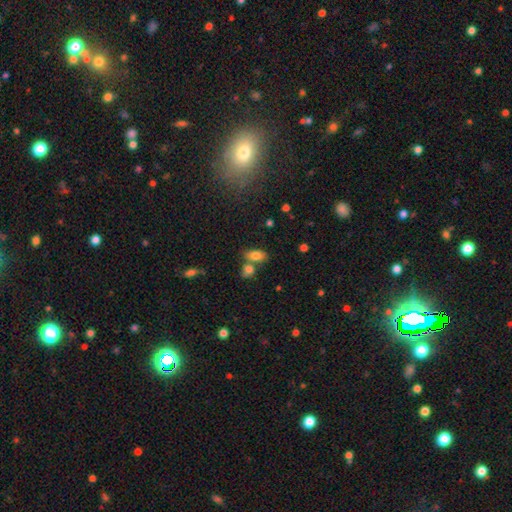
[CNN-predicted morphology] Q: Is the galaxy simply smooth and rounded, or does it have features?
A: smooth — 80%.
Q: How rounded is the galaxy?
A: in between — 88%.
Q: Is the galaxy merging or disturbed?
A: none — 57%.